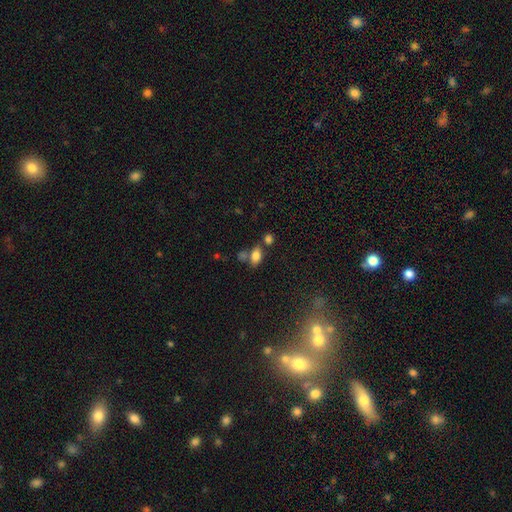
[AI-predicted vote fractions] Smooth or featured? Predicted: smooth (p=0.76). How rounded? Predicted: in between (p=0.86). Merging? Predicted: none (p=0.57).